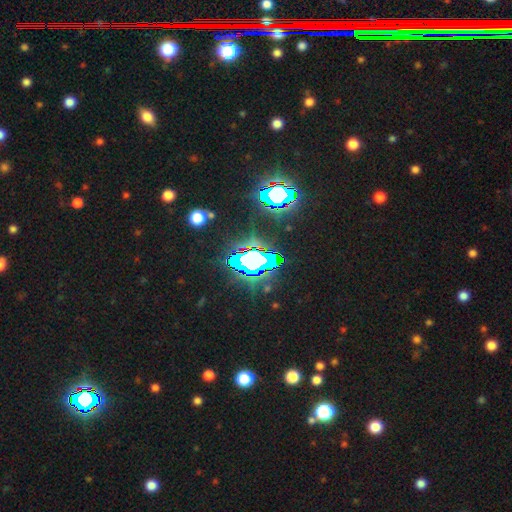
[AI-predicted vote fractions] Morphology: type=star or artifact (82%).